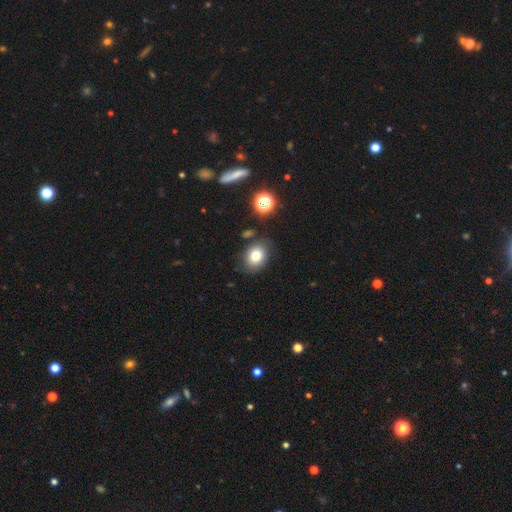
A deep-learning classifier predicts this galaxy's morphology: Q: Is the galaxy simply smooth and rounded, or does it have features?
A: smooth — 81%.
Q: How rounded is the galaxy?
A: in between — 59%.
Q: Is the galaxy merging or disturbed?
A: none — 79%.